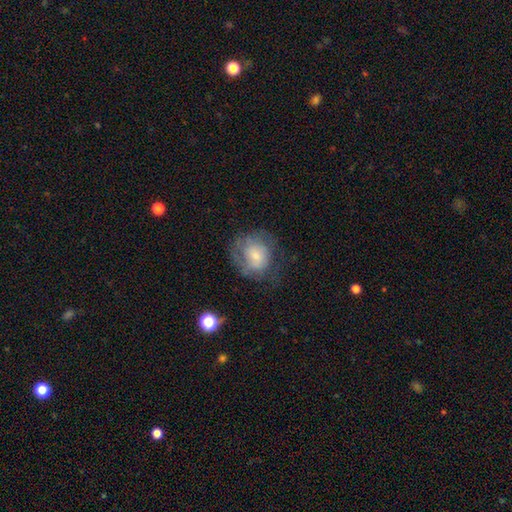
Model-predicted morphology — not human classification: Smooth or featured? Predicted: smooth (p=0.49). Merging? Predicted: none (p=0.53).